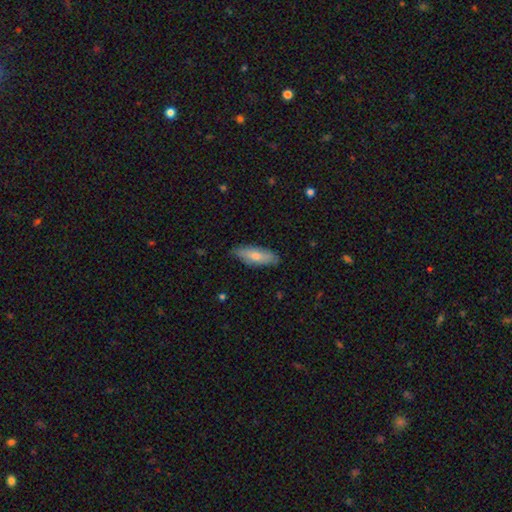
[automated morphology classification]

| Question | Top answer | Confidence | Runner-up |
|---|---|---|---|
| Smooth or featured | smooth | 67% | featured or disk (27%) |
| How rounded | in between | 58% | cigar-shaped (40%) |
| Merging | none | 83% | minor disturbance (14%) |